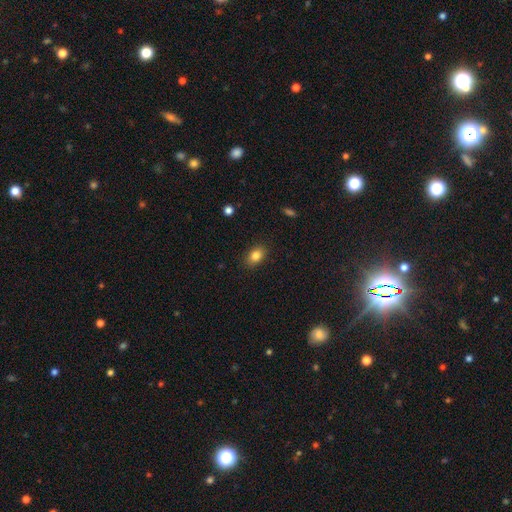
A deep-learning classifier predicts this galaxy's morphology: Smooth or featured? smooth (83%)
How rounded? in between (79%)
Merging? none (87%)